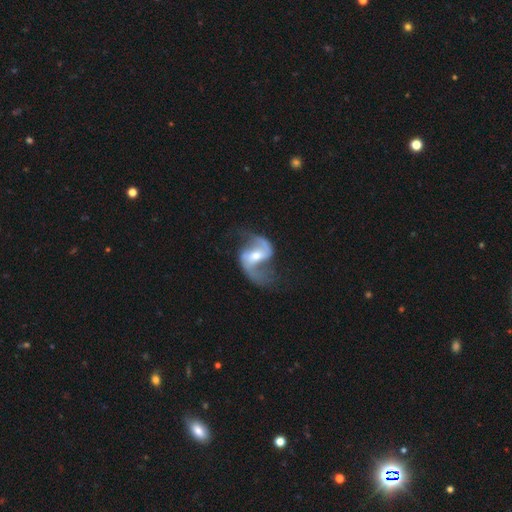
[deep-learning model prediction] A featured or disk galaxy (89%) with a weak bar (47%), 2 (92%) loose (61%) spiral arms (96%) and a moderate central bulge (62%). Merging: none (63%).